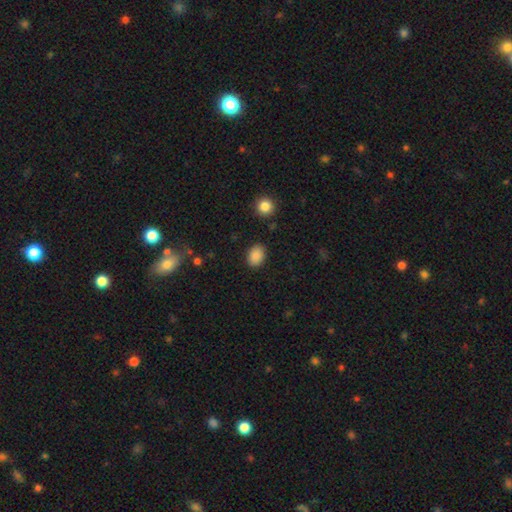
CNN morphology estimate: type=smooth (88%); roundness=in between (69%); merging=none (86%).